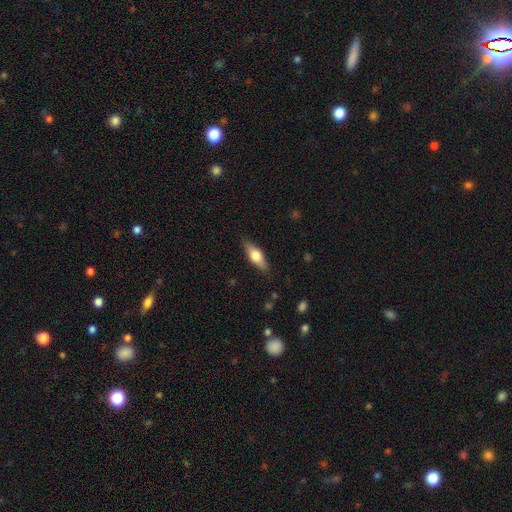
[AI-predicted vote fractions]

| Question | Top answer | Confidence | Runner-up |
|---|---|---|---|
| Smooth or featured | smooth | 61% | featured or disk (33%) |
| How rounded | in between | 63% | cigar-shaped (34%) |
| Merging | none | 86% | minor disturbance (10%) |